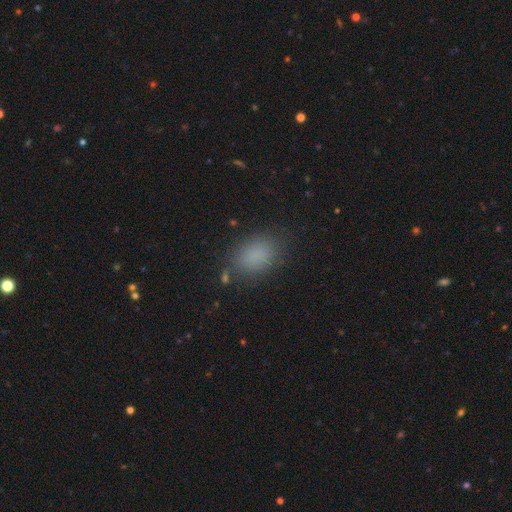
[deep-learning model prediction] Smooth or featured? smooth (84%)
How rounded? in between (81%)
Merging? none (82%)